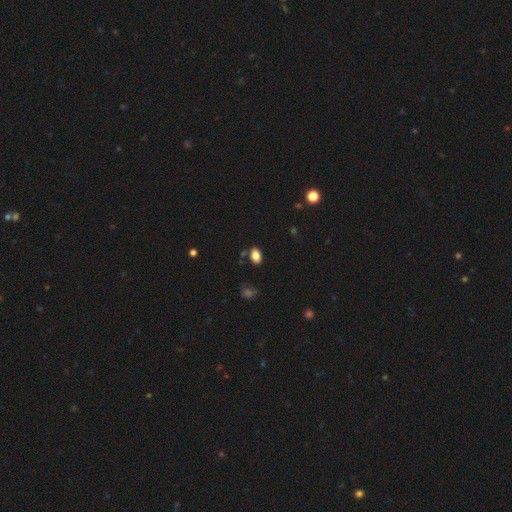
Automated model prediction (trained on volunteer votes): Smooth or featured? Predicted: smooth (p=0.84). How rounded? Predicted: in between (p=0.88). Merging? Predicted: none (p=0.82).